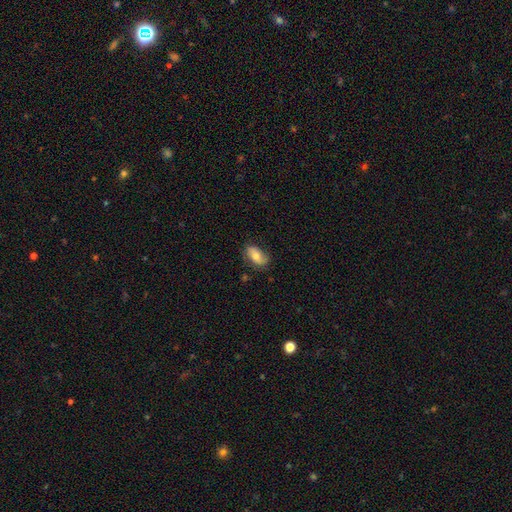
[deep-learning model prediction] Smooth or featured?
  - smooth: 62% *
  - featured or disk: 30%
  - star or artifact: 8%
How rounded?
  - in between: 90% *
  - round: 7%
  - cigar-shaped: 3%
Merging?
  - none: 69% *
  - minor disturbance: 24%
  - major disturbance: 6%
  - merger: 2%